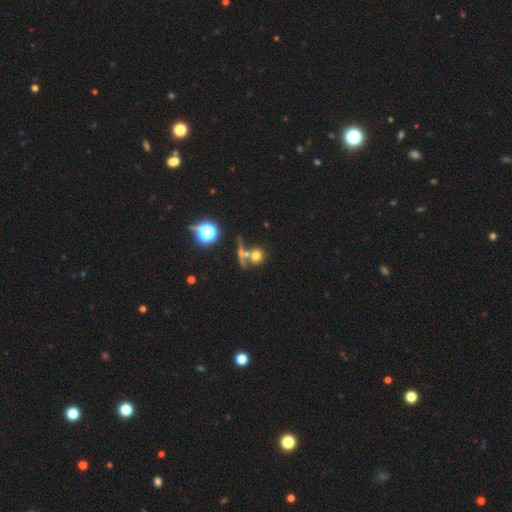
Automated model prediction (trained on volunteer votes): Smooth or featured? Predicted: smooth (p=0.65). How rounded? Predicted: round (p=0.83). Merging? Predicted: none (p=0.50).